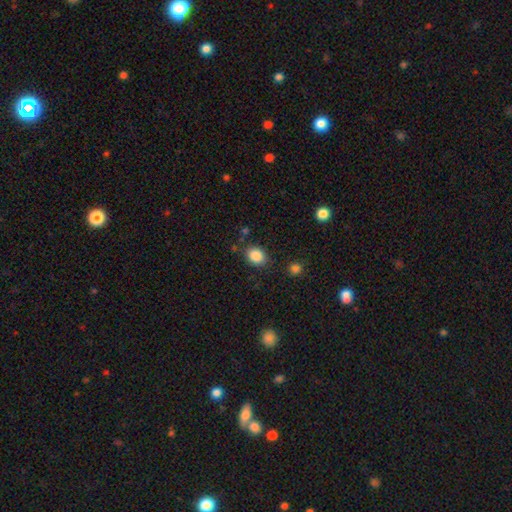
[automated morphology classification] smooth-or-featured: smooth: 87% | star or artifact: 9% | featured or disk: 4%
  how-rounded: in between: 52% | round: 47% | cigar-shaped: 1%
  merging: none: 80% | minor disturbance: 13% | major disturbance: 4% | merger: 3%